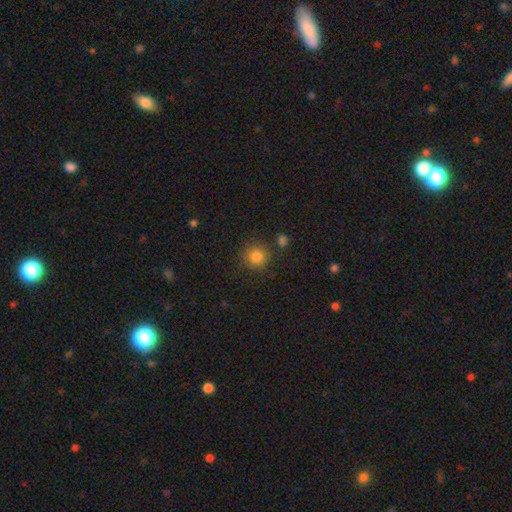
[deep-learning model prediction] A smooth galaxy with no disk features (83%) that is round (91%). Merging: none (82%).